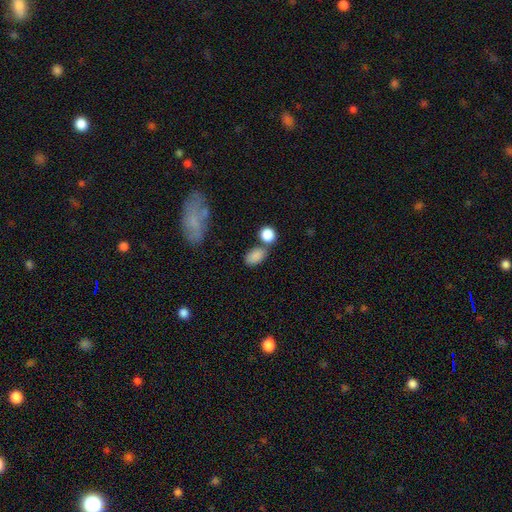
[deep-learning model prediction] smooth-or-featured: smooth: 85% | star or artifact: 9% | featured or disk: 6%
  how-rounded: in between: 86% | round: 12% | cigar-shaped: 2%
  merging: none: 60% | merger: 21% | minor disturbance: 15% | major disturbance: 5%